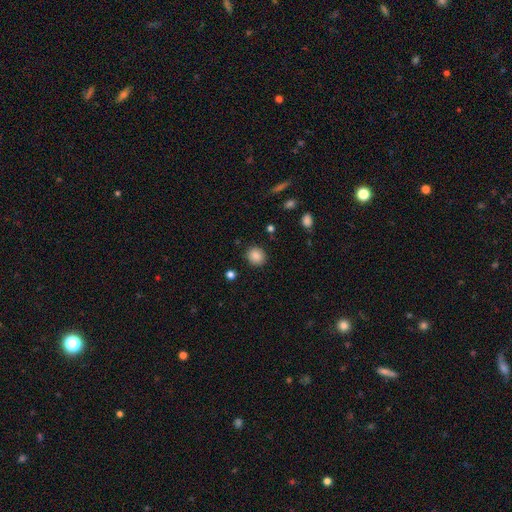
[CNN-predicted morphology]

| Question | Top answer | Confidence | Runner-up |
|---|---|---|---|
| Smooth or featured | smooth | 87% | star or artifact (9%) |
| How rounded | round | 79% | in between (20%) |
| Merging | none | 89% | minor disturbance (7%) |